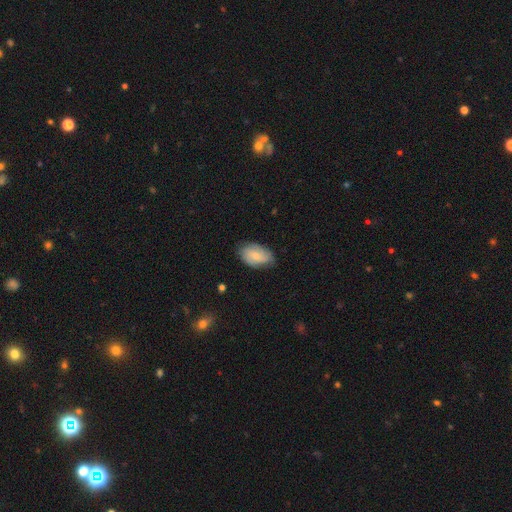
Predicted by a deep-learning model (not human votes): This is possibly a smooth galaxy (58%). How rounded: clearly in between (91%). Merging: likely none (72%).